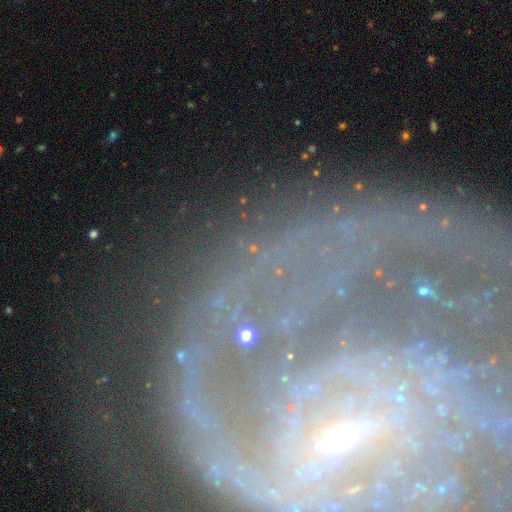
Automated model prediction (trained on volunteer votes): Q: Smooth or featured?
A: featured or disk (77%); runner-up: star or artifact (13%)
Q: Edge-on disk?
A: no (94%); runner-up: yes (6%)
Q: Bar?
A: strong (37%); runner-up: weak (34%)
Q: Spiral arms?
A: yes (88%); runner-up: no (12%)
Q: Spiral winding?
A: tight (56%); runner-up: medium (30%)
Q: Spiral arm count?
A: 2 (30%); runner-up: can't tell (25%)
Q: Bulge size?
A: small (65%); runner-up: moderate (23%)
Q: Merging?
A: none (66%); runner-up: major disturbance (15%)